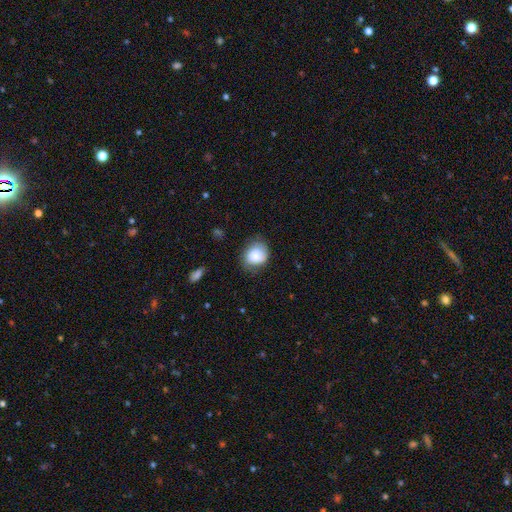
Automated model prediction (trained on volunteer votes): This is likely a smooth galaxy (77%). How rounded: likely round (66%). Merging: likely none (66%).